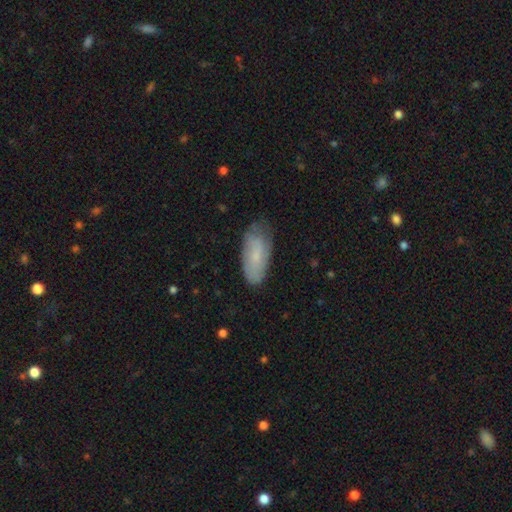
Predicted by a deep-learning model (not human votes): A smooth galaxy with no disk features (63%) that is in between round and cigar-shaped (86%).

Vote fractions:
- Smooth or featured? smooth: 63% / featured or disk: 30% / star or artifact: 7%
- How rounded? in between: 86% / cigar-shaped: 11% / round: 2%
- Merging? none: 66% / minor disturbance: 26% / major disturbance: 6% / merger: 1%